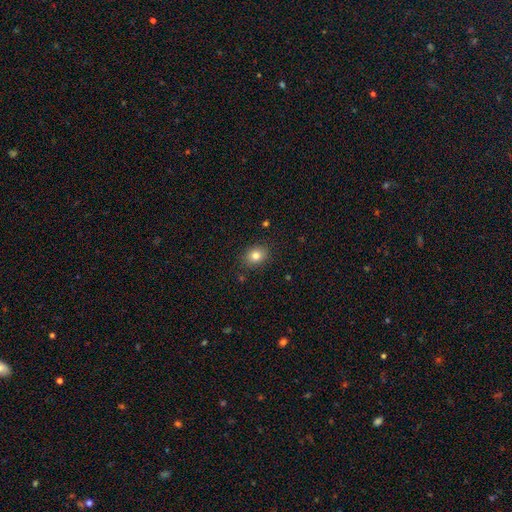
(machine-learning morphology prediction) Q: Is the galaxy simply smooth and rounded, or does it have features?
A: smooth — 81%.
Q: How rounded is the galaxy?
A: round — 54%.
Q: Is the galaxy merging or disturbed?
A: none — 87%.